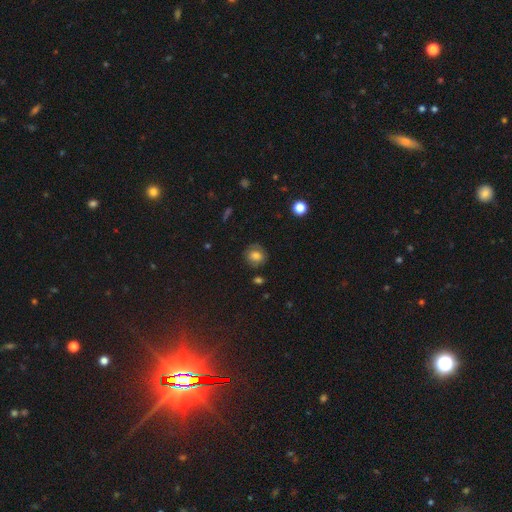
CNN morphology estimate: Smooth or featured? smooth (72%)
How rounded? round (82%)
Merging? none (79%)